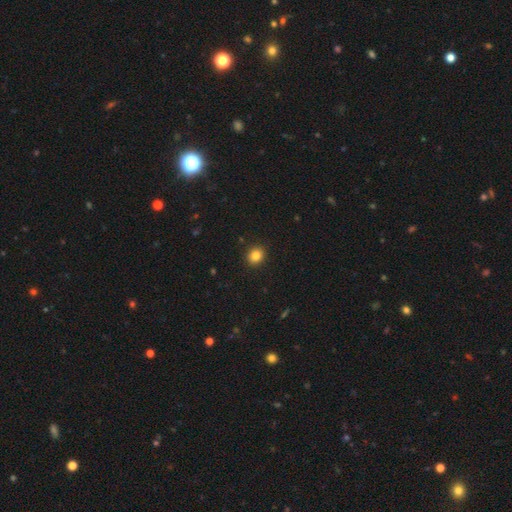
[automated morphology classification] Q: Smooth or featured?
A: smooth (83%); runner-up: star or artifact (11%)
Q: How rounded?
A: round (75%); runner-up: in between (24%)
Q: Merging?
A: none (92%); runner-up: minor disturbance (6%)